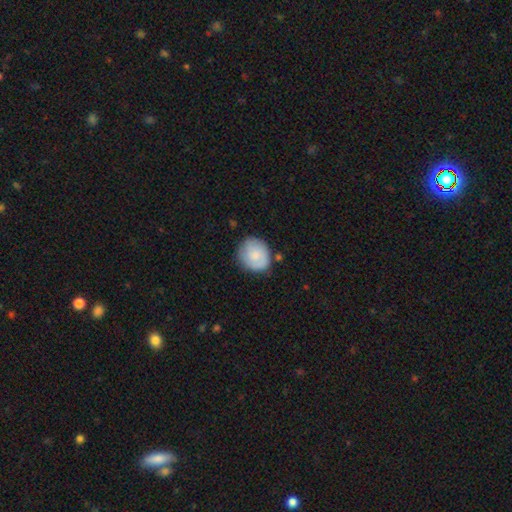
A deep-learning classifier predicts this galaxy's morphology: Smooth or featured? Predicted: smooth (p=0.71). How rounded? Predicted: round (p=0.76). Merging? Predicted: none (p=0.71).